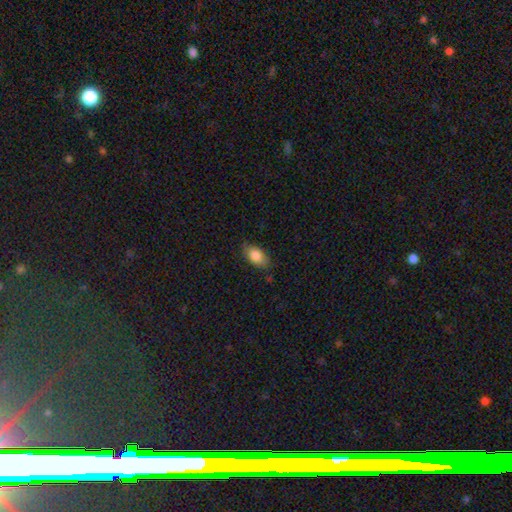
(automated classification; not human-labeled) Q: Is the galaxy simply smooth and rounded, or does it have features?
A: smooth — 84%.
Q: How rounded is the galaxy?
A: in between — 91%.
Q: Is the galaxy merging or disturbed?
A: none — 77%.